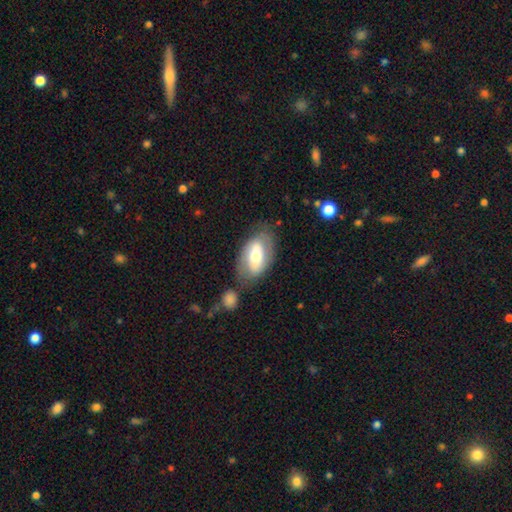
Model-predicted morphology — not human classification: Overall: smooth (50%; featured or disk 44%). Merging: none (65%).